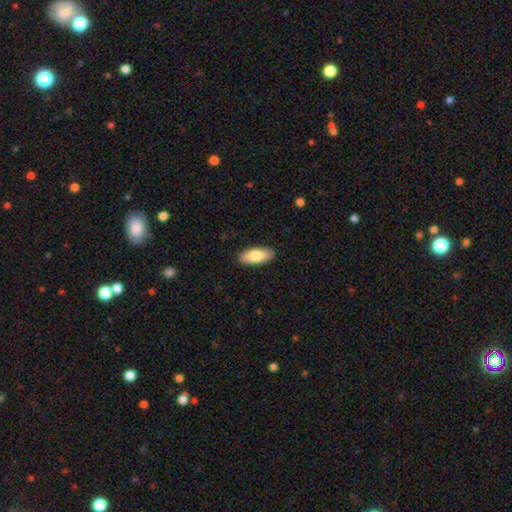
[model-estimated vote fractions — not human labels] Smooth or featured: smooth — 80% (featured or disk — 14%)
How rounded: in between — 84% (cigar-shaped — 13%)
Merging: none — 90% (minor disturbance — 8%)